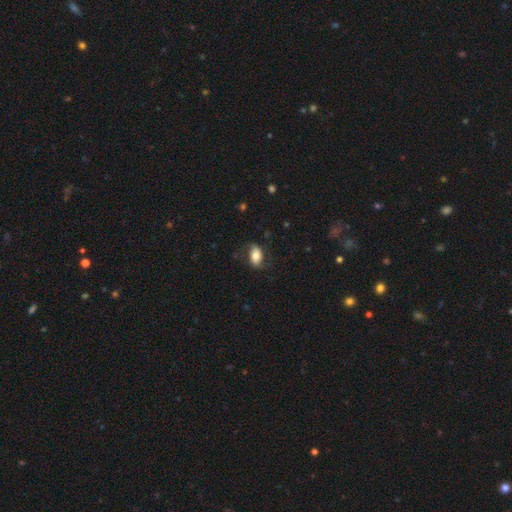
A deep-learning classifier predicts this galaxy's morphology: Smooth or featured? smooth (61%)
How rounded? in between (88%)
Merging? none (68%)